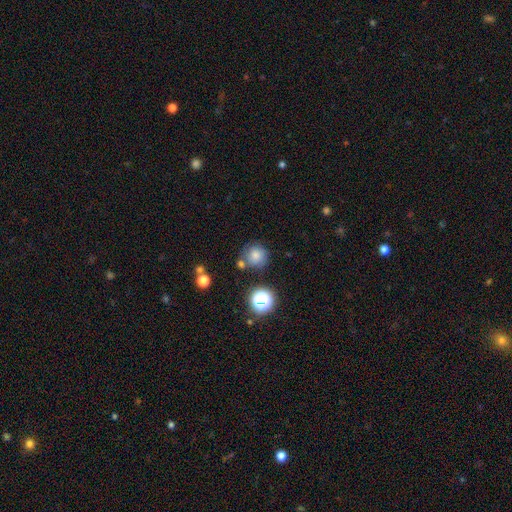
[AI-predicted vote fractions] Morphology: type=smooth (75%); roundness=round (91%); merging=none (68%).